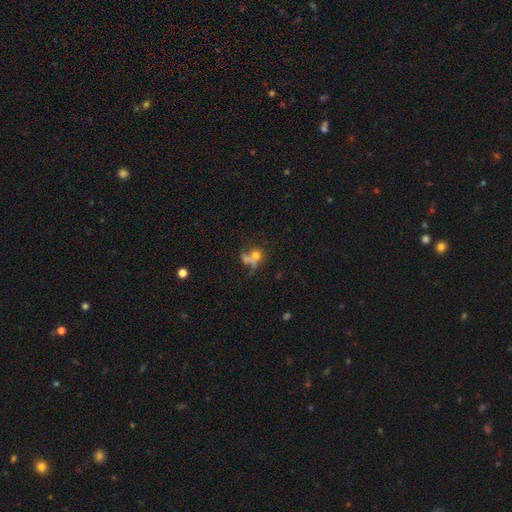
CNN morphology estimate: smooth-or-featured: smooth: 56% | featured or disk: 25% | star or artifact: 19%
  how-rounded: round: 71% | in between: 26% | cigar-shaped: 3%
  merging: merger: 37% | none: 30% | major disturbance: 22% | minor disturbance: 11%